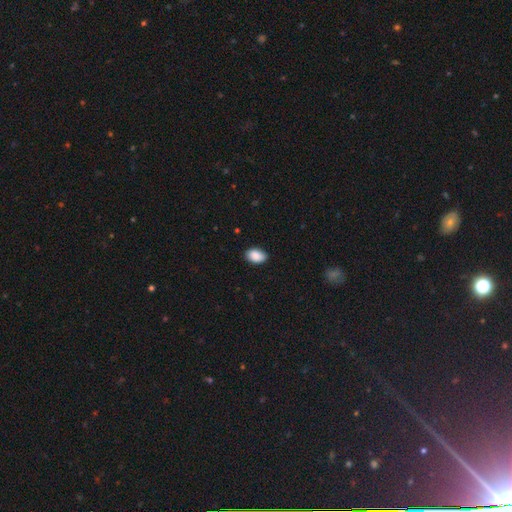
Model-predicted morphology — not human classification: Smooth or featured? smooth (89%)
How rounded? in between (89%)
Merging? none (86%)